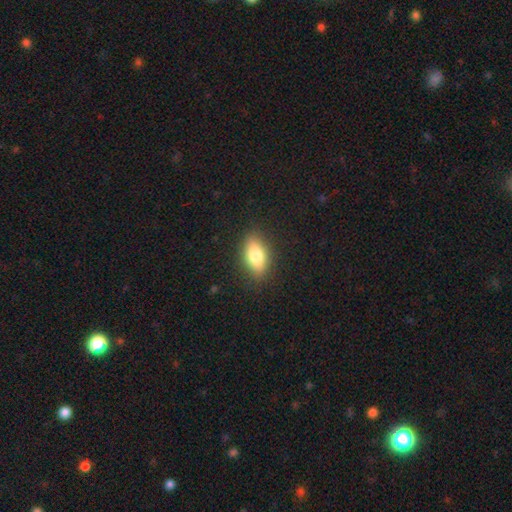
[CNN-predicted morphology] smooth_or_featured: smooth (p=0.76) [alt: featured or disk p=0.16]
how_rounded: in between (p=0.82) [alt: cigar-shaped p=0.11]
merging: none (p=0.87) [alt: minor disturbance p=0.09]